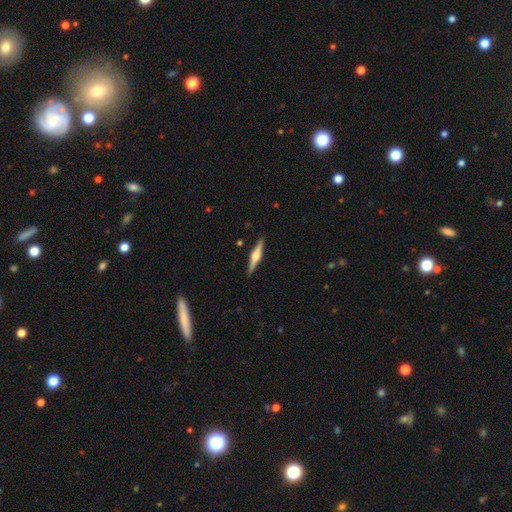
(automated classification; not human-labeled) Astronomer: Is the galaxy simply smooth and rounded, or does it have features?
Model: featured or disk — 74%.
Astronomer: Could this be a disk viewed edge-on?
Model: yes — 98%.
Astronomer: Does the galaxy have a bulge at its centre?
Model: rounded — 90%.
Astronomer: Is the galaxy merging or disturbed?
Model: none — 91%.